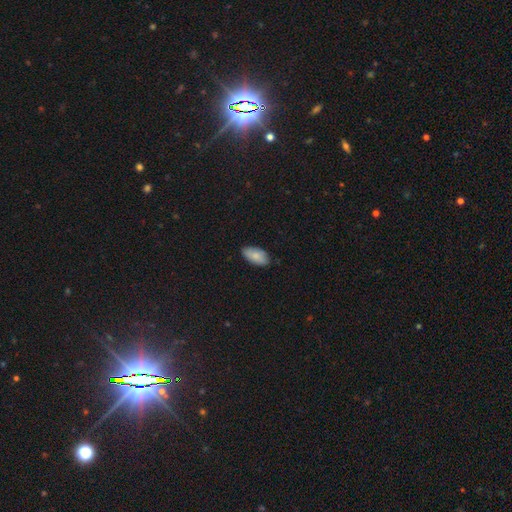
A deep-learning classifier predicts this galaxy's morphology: The model was most divided on "merging": none: 84%, minor disturbance: 13%, major disturbance: 2%, merger: 1%. More confident: how rounded — in between (94%); smooth or featured — smooth (83%).